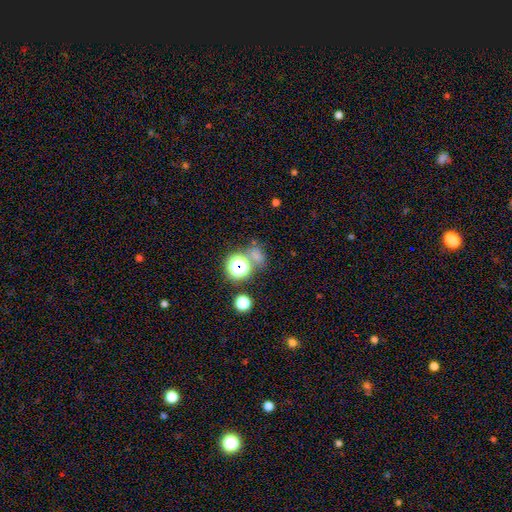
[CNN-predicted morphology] Smooth or featured: smooth — 52% (star or artifact — 38%)
How rounded: round — 65% (in between — 33%)
Merging: none — 58% (merger — 20%)